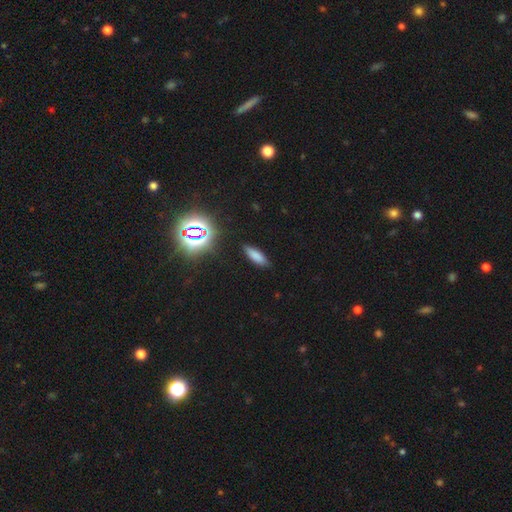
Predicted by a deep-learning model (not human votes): Smooth or featured: smooth — 75% (star or artifact — 17%)
How rounded: in between — 54% (cigar-shaped — 43%)
Merging: none — 87% (minor disturbance — 9%)